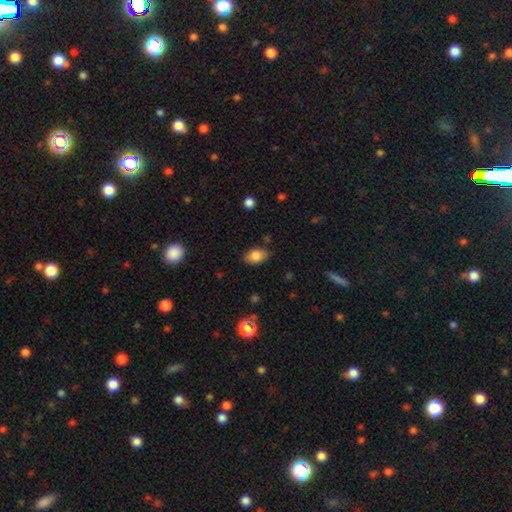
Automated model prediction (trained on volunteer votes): Smooth or featured? smooth (82%)
How rounded? in between (88%)
Merging? none (81%)